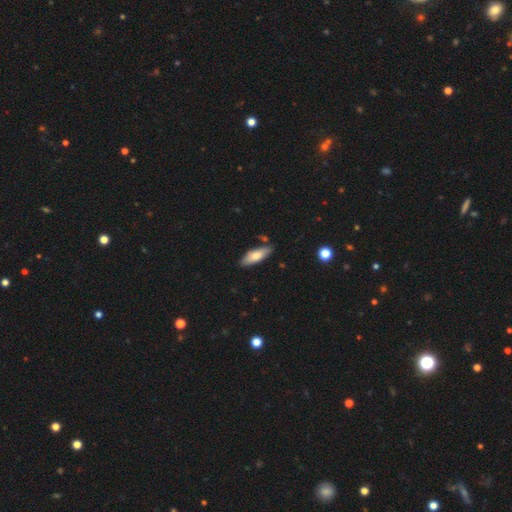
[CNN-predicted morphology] smooth-or-featured: smooth: 70% | featured or disk: 24% | star or artifact: 6%
  how-rounded: in between: 63% | cigar-shaped: 34% | round: 2%
  merging: none: 81% | minor disturbance: 13% | merger: 4% | major disturbance: 2%